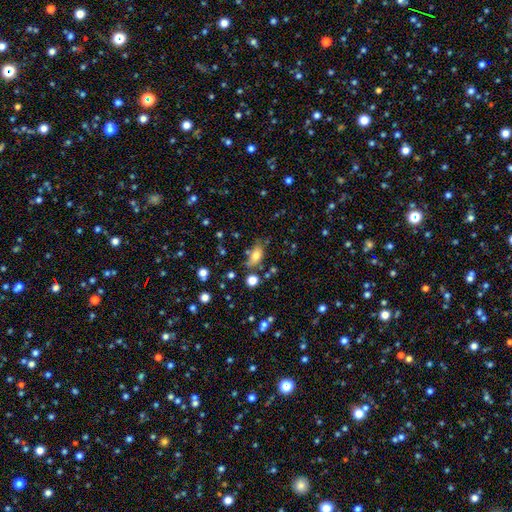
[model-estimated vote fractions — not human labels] Smooth or featured? smooth (73%)
How rounded? in between (83%)
Merging? none (56%)